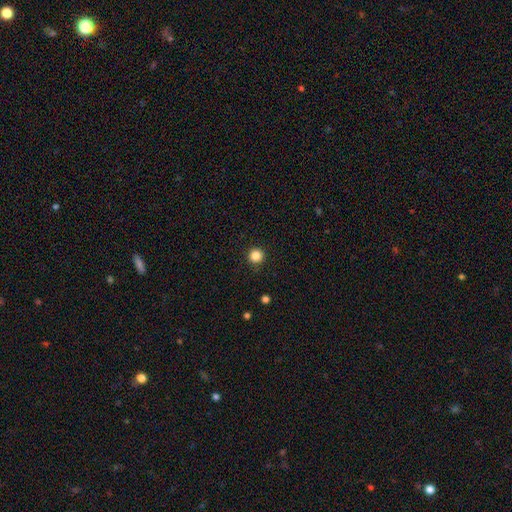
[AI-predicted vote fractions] A smooth galaxy with no disk features (85%) that is round (96%). Merging: none (92%).